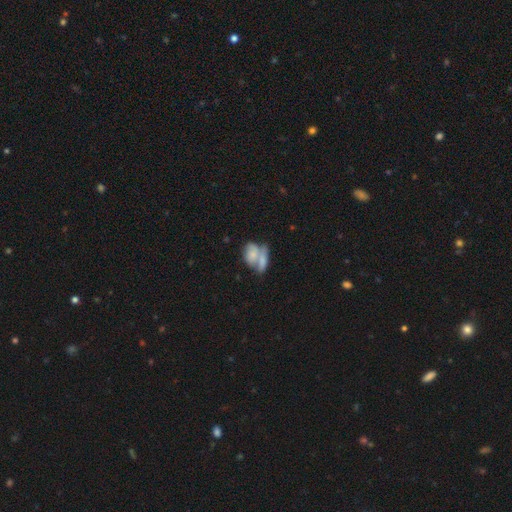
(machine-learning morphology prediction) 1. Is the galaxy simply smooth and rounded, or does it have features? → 66% smooth, 26% featured or disk, 8% star or artifact.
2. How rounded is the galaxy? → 76% in between, 19% round, 5% cigar-shaped.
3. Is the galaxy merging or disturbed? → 63% merger, 21% none, 10% minor disturbance, 6% major disturbance.